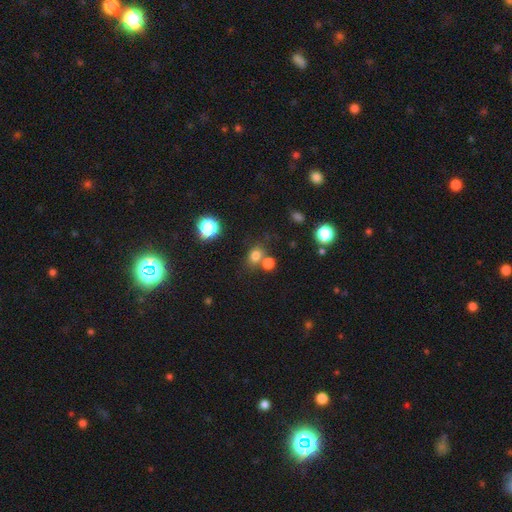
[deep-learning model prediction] Smooth or featured: smooth — 74% (star or artifact — 18%)
How rounded: round — 57% (in between — 42%)
Merging: none — 58% (merger — 27%)